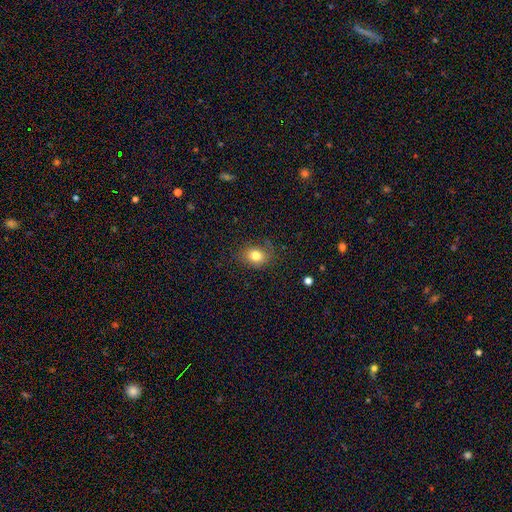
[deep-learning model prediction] This is likely a smooth galaxy (79%). How rounded: possibly round (52%). Merging: likely none (78%).